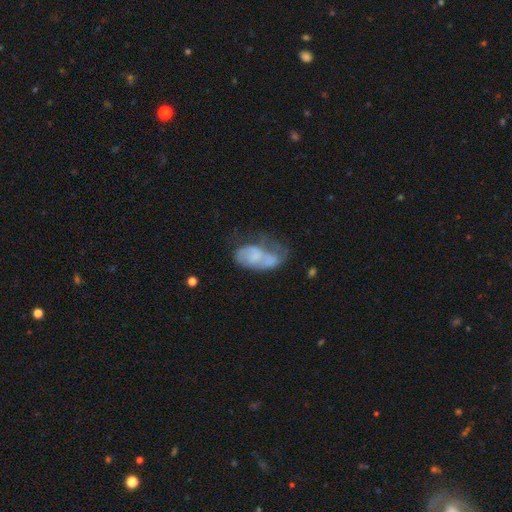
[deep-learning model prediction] Smooth or featured: featured or disk — 48% (smooth — 43%)
Merging: major disturbance — 36% (minor disturbance — 24%)